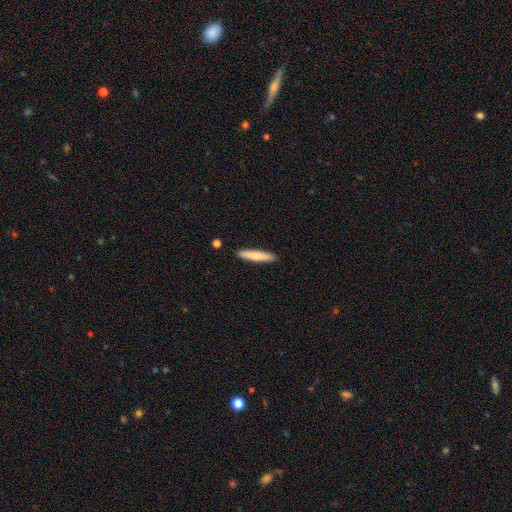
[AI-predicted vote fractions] Smooth or featured? smooth (72%)
How rounded? cigar-shaped (90%)
Merging? none (90%)